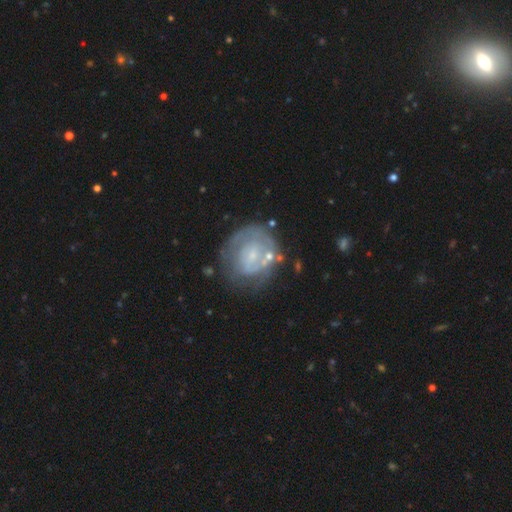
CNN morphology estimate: Smooth or featured: featured or disk — 68% (smooth — 24%)
Edge-on disk: no — 98% (yes — 2%)
Bar: no — 57% (weak — 35%)
Spiral arms: yes — 68% (no — 32%)
Bulge size: small — 68% (moderate — 17%)
Merging: none — 59% (minor disturbance — 21%)